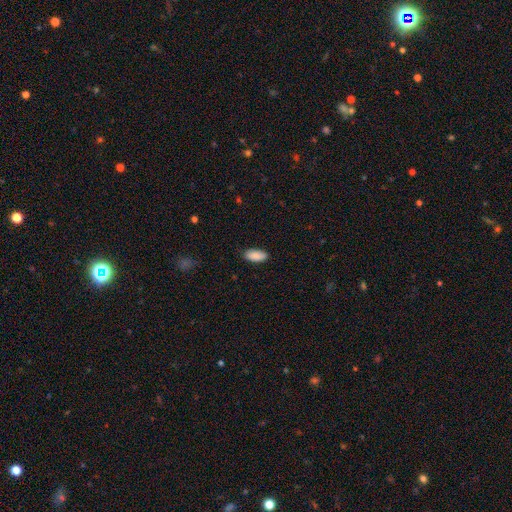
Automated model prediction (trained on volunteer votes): A smooth galaxy with no disk features (90%) that is in between round and cigar-shaped (90%).

Vote fractions:
- Smooth or featured? smooth: 90% / star or artifact: 6% / featured or disk: 4%
- How rounded? in between: 90% / cigar-shaped: 9% / round: 2%
- Merging? none: 85% / minor disturbance: 11% / major disturbance: 2% / merger: 1%